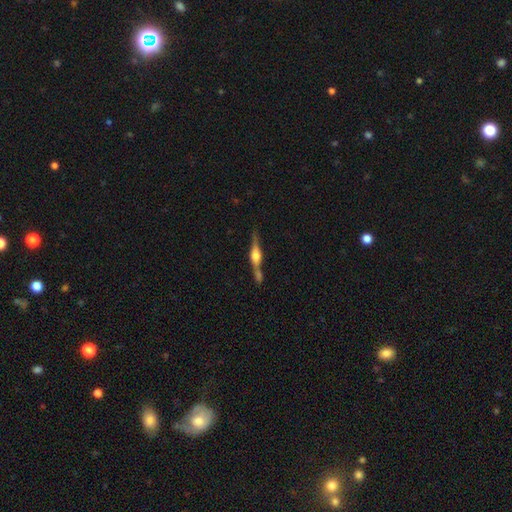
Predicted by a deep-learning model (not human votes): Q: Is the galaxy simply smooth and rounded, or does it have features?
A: featured or disk — 80%.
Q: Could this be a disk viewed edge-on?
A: yes — 97%.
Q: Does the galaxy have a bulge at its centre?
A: rounded — 90%.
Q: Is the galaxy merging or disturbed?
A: none — 71%.